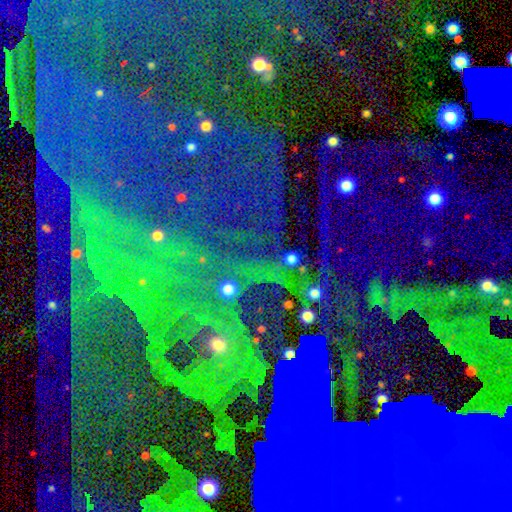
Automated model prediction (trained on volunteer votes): star or artifact 84%, featured or disk 9%, smooth 7%.